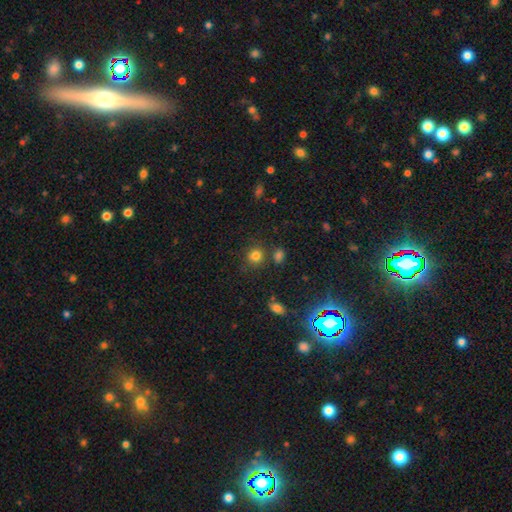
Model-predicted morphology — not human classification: The model was most divided on "smooth or featured": smooth: 79%, star or artifact: 15%, featured or disk: 6%. More confident: how rounded — round (84%); merging — none (77%).